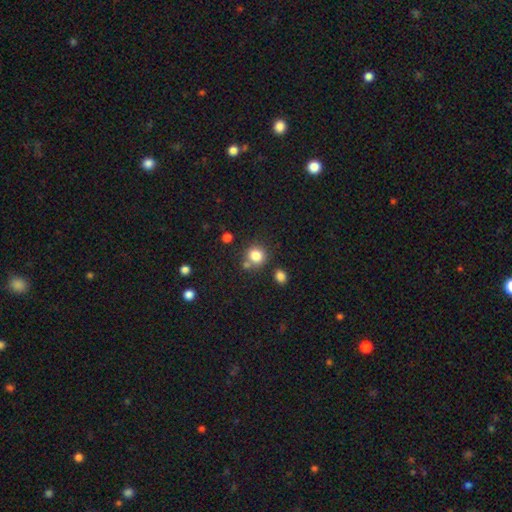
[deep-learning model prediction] Overall: smooth (82%). How rounded: round (81%). Merging: none (66%).